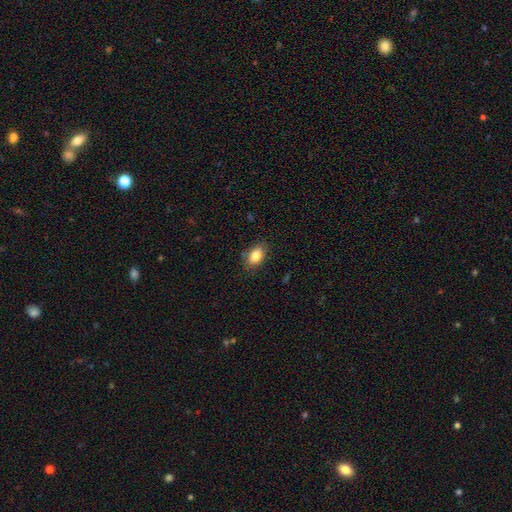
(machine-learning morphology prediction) This is clearly a smooth galaxy (84%). How rounded: clearly in between (85%). Merging: clearly none (82%).